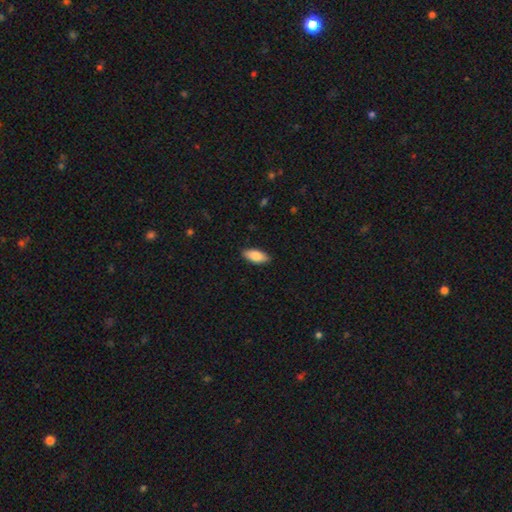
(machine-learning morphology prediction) Smooth or featured? smooth (85%)
How rounded? in between (83%)
Merging? none (88%)